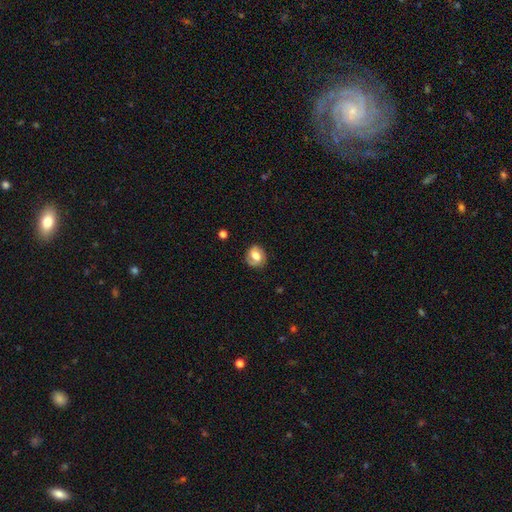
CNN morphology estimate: A smooth galaxy with no disk features (54%) that is round (59%). Merging: none (74%).